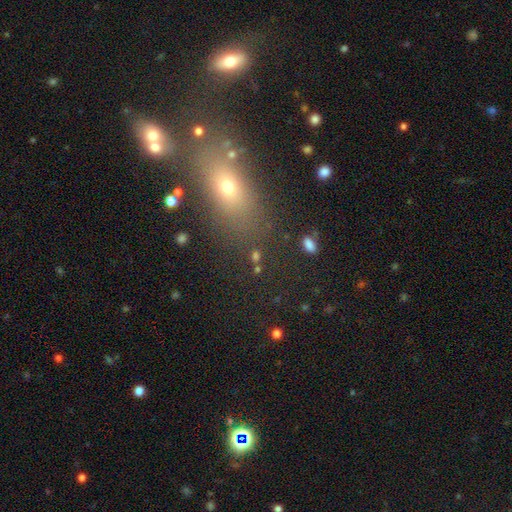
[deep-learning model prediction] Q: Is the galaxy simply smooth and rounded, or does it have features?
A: smooth — 58%.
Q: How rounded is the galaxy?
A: in between — 48%.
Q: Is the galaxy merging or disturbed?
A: none — 71%.